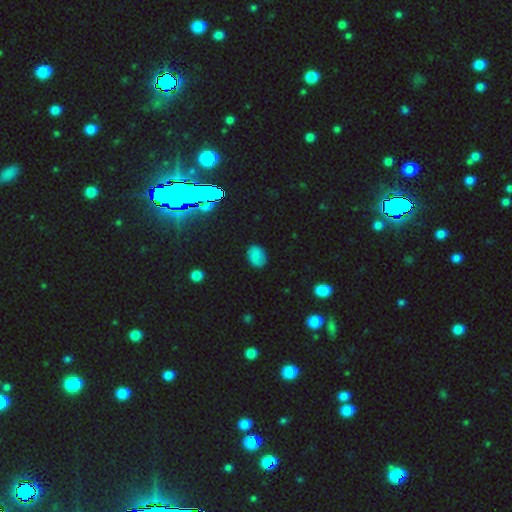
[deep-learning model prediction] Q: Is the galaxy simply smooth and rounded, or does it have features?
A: smooth — 73%.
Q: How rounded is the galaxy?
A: in between — 73%.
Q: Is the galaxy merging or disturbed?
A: none — 80%.